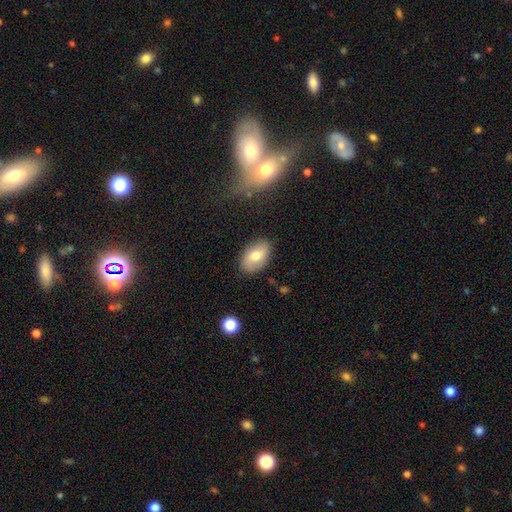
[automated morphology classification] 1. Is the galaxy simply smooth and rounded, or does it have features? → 68% smooth, 25% featured or disk, 7% star or artifact.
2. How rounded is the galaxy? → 91% in between, 8% round, 2% cigar-shaped.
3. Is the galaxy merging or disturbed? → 84% none, 12% minor disturbance, 3% major disturbance, 2% merger.